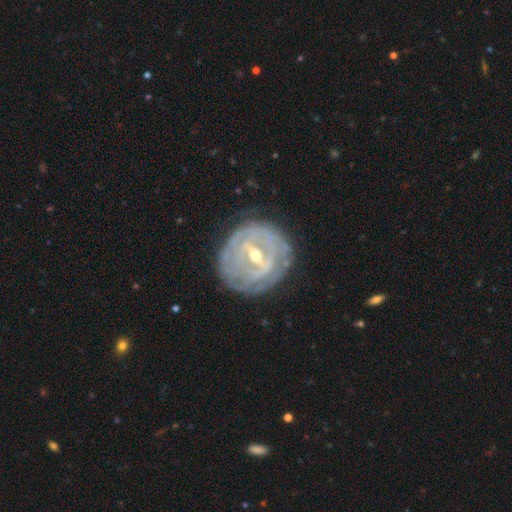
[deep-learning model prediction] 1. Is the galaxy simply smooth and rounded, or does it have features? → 85% featured or disk, 10% smooth, 6% star or artifact.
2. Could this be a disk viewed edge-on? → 93% no, 7% yes.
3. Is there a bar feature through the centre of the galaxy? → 50% strong, 38% weak, 11% no.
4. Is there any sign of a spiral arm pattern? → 76% yes, 24% no.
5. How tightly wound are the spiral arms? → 81% tight, 14% medium, 5% loose.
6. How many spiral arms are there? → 54% can't tell, 16% 2, 10% 3, 9% 4, 6% more than 4, 5% 1.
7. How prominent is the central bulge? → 60% moderate, 36% small, 3% large, 1% none, 1% dominant.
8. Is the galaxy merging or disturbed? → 79% none, 14% minor disturbance, 5% major disturbance, 1% merger.